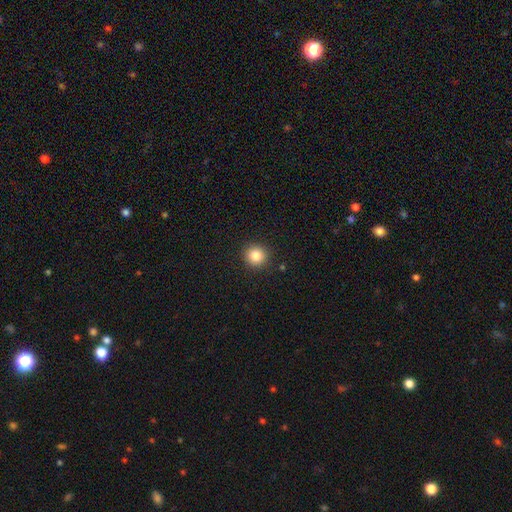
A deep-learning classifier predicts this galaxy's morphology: Smooth or featured? smooth (85%)
How rounded? round (94%)
Merging? none (92%)